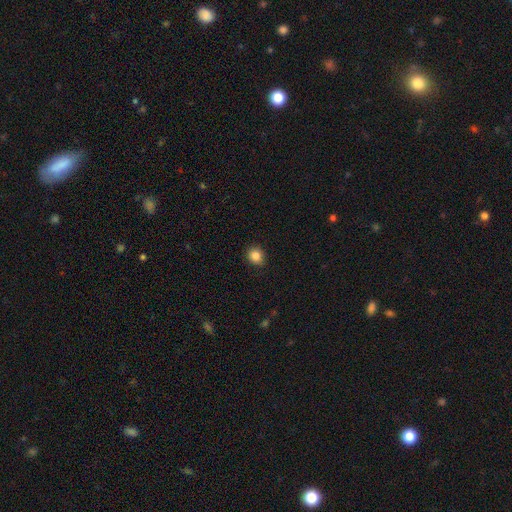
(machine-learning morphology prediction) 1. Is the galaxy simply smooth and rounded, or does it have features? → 85% smooth, 10% star or artifact, 4% featured or disk.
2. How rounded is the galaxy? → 76% round, 23% in between, 1% cigar-shaped.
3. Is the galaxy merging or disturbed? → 89% none, 9% minor disturbance, 2% major disturbance, 1% merger.